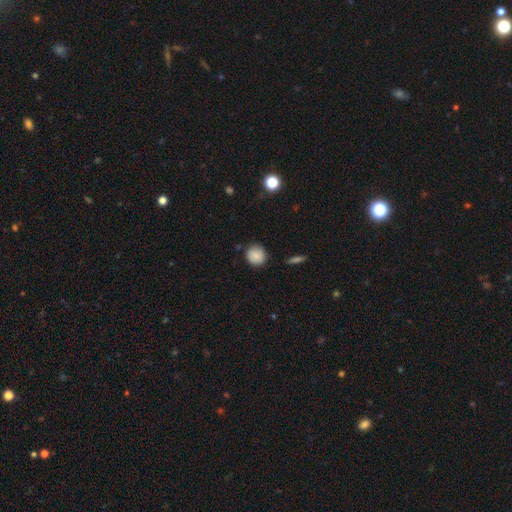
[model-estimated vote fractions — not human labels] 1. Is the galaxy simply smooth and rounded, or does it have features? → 86% smooth, 9% star or artifact, 6% featured or disk.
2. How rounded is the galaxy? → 89% round, 10% in between, 1% cigar-shaped.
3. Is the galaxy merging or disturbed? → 80% none, 15% minor disturbance, 3% major disturbance, 2% merger.